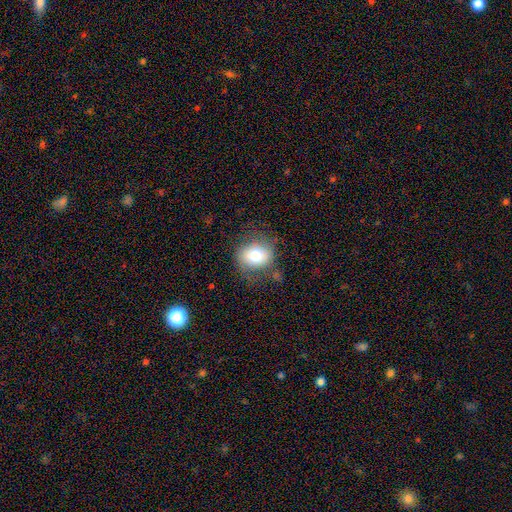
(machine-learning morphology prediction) This is likely a smooth galaxy (70%). How rounded: possibly round (60%). Merging: likely none (69%).